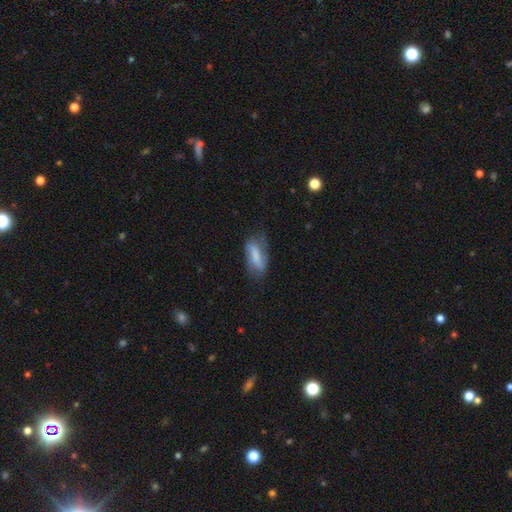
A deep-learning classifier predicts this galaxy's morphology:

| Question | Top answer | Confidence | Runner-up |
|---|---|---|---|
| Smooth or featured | smooth | 59% | featured or disk (34%) |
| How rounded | in between | 75% | cigar-shaped (22%) |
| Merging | none | 57% | minor disturbance (29%) |